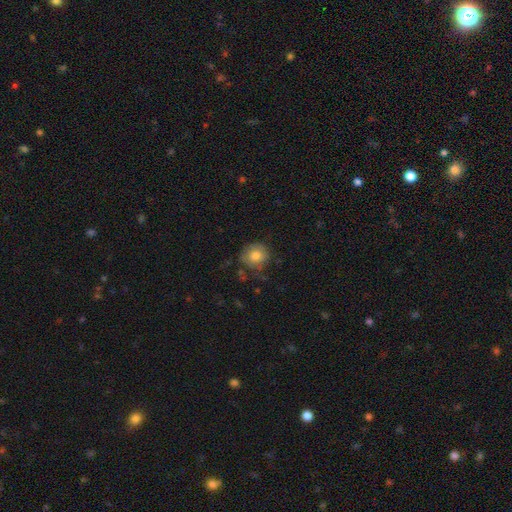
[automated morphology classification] Smooth or featured: smooth — 79% (featured or disk — 13%)
How rounded: round — 83% (in between — 16%)
Merging: none — 67% (minor disturbance — 22%)